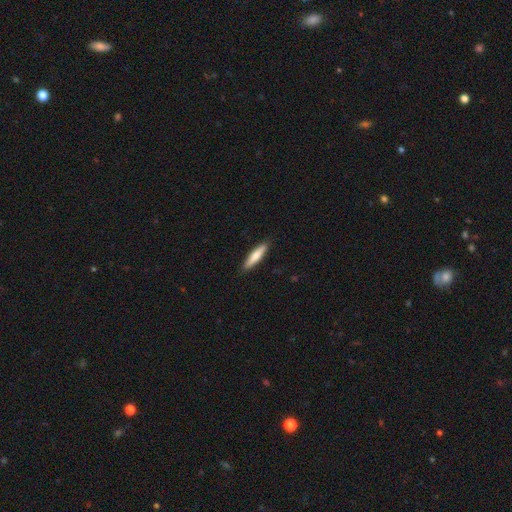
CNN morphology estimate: Smooth or featured?
  - smooth: 72% *
  - featured or disk: 23%
  - star or artifact: 5%
How rounded?
  - cigar-shaped: 83% *
  - in between: 15%
  - round: 1%
Merging?
  - none: 89% *
  - minor disturbance: 8%
  - major disturbance: 2%
  - merger: 1%